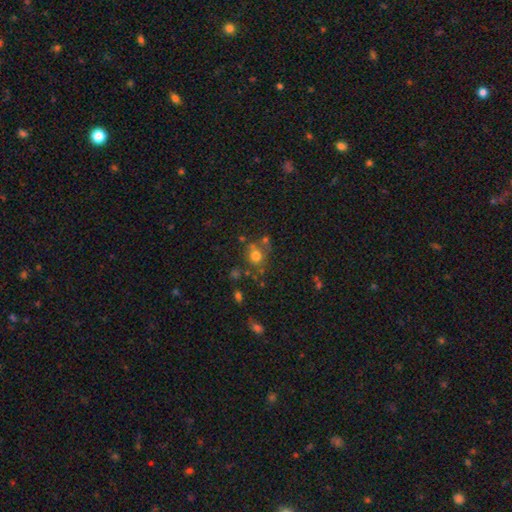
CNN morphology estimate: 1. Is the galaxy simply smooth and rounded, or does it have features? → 71% smooth, 16% star or artifact, 14% featured or disk.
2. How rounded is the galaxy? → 74% round, 25% in between, 1% cigar-shaped.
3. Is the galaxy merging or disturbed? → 55% none, 19% merger, 17% minor disturbance, 9% major disturbance.